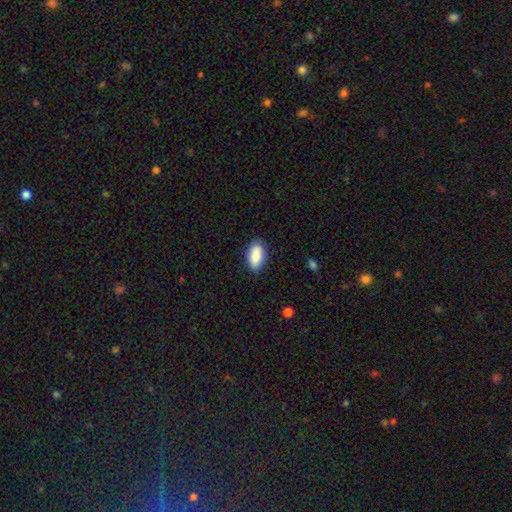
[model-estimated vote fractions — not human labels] The model was most divided on "merging": none: 84%, minor disturbance: 13%, major disturbance: 3%, merger: 1%. More confident: how rounded — in between (93%); smooth or featured — smooth (88%).